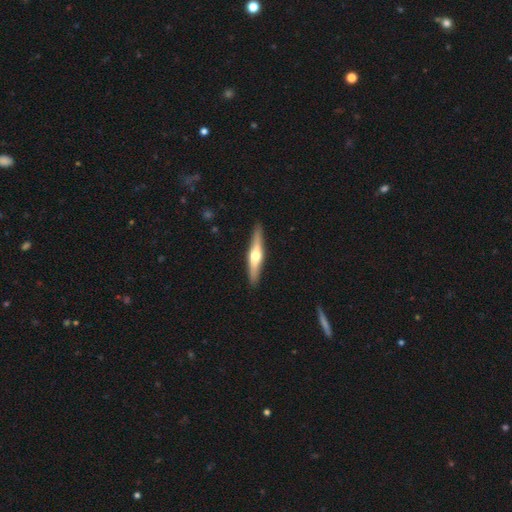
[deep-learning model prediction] The model was most divided on "smooth or featured": featured or disk: 64%, smooth: 31%, star or artifact: 5%. More confident: edge-on disk — yes (95%); edge-on bulge — rounded (92%); merging — none (90%).